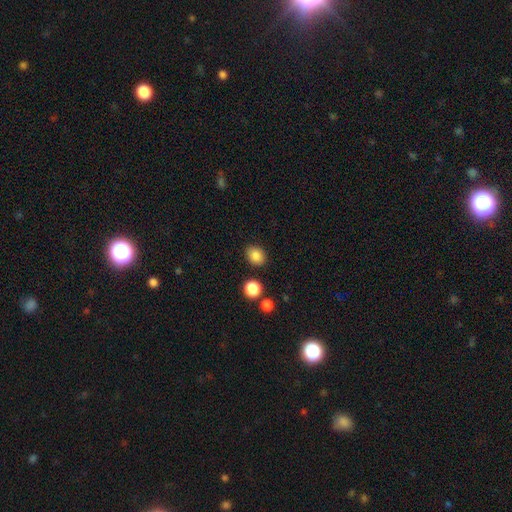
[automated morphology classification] A smooth galaxy with no disk features (85%) that is in between round and cigar-shaped (53%).

Vote fractions:
- Smooth or featured? smooth: 85% / star or artifact: 10% / featured or disk: 5%
- How rounded? in between: 53% / round: 46% / cigar-shaped: 1%
- Merging? none: 85% / minor disturbance: 9% / merger: 3% / major disturbance: 3%